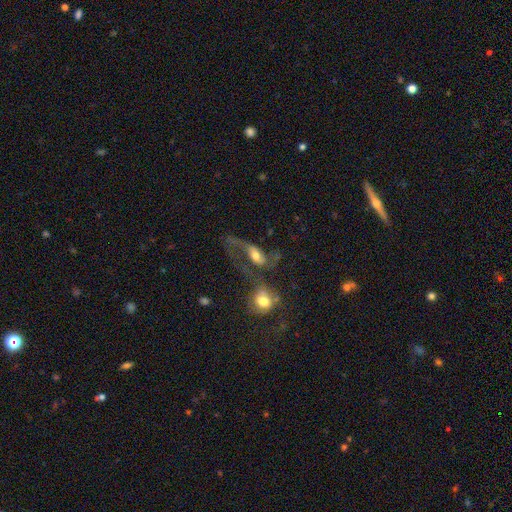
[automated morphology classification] A featured or disk galaxy (52%).

Vote fractions:
- Smooth or featured? featured or disk: 52% / smooth: 37% / star or artifact: 10%
- Edge-on disk? no: 91% / yes: 9%
- Merging? merger: 41% / major disturbance: 32% / none: 17% / minor disturbance: 9%